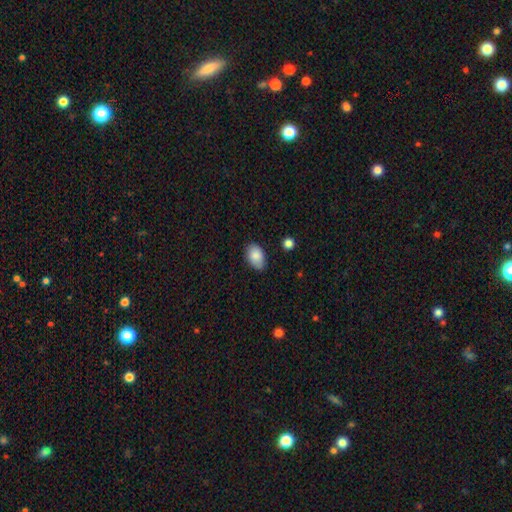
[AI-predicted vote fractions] smooth-or-featured: smooth: 85% | featured or disk: 7% | star or artifact: 7%
  how-rounded: in between: 90% | round: 9% | cigar-shaped: 1%
  merging: none: 80% | minor disturbance: 16% | major disturbance: 3% | merger: 2%